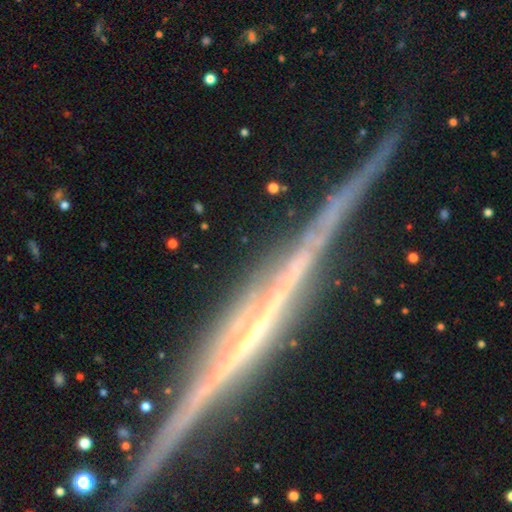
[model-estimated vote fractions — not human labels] Smooth or featured? featured or disk (87%)
Edge-on disk? yes (98%)
Edge-on bulge? none (58%)
Merging? none (87%)